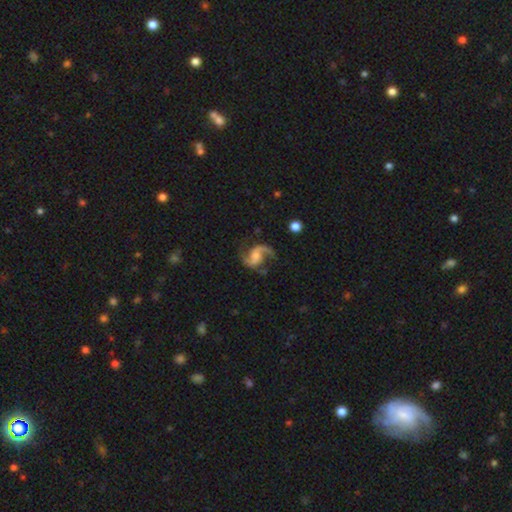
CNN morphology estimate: Smooth or featured: featured or disk — 91% (star or artifact — 5%)
Edge-on disk: no — 98% (yes — 2%)
Bar: no — 50% (weak — 39%)
Spiral arms: yes — 98% (no — 2%)
Spiral winding: loose — 54% (medium — 39%)
Spiral arm count: 2 — 93% (1 — 3%)
Bulge size: small — 38% (moderate — 36%)
Merging: none — 73% (minor disturbance — 16%)